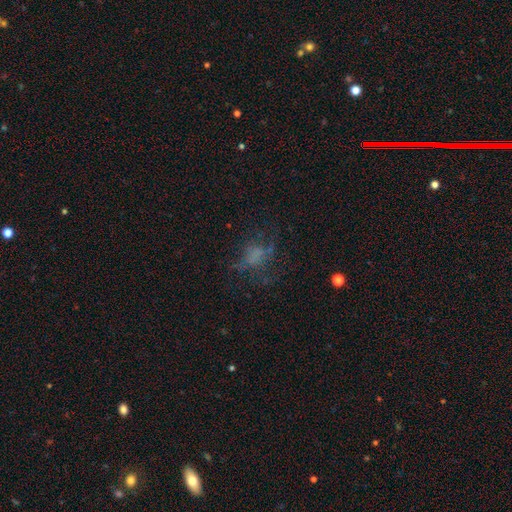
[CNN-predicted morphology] smooth_or_featured: smooth (p=0.37) [alt: featured or disk p=0.36]
merging: none (p=0.49) [alt: major disturbance p=0.31]